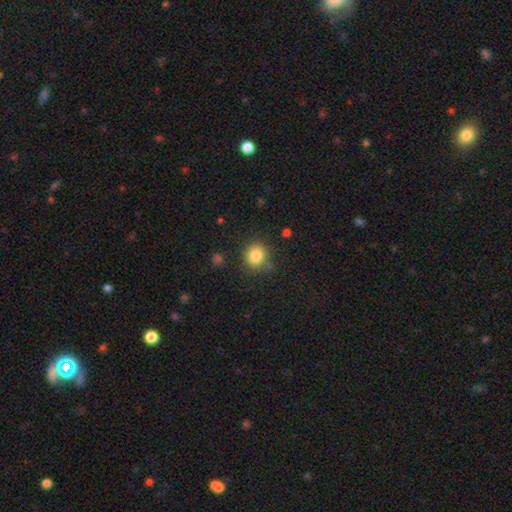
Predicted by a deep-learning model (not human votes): Smooth or featured? Predicted: smooth (p=0.84). How rounded? Predicted: round (p=0.84). Merging? Predicted: none (p=0.80).